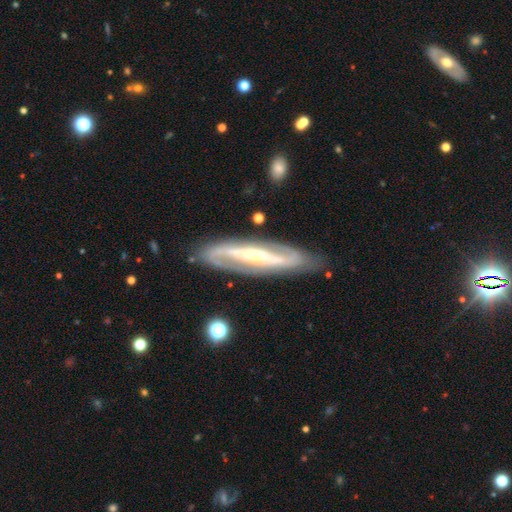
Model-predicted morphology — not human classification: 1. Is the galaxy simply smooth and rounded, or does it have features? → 87% featured or disk, 9% smooth, 5% star or artifact.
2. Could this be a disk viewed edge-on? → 80% no, 20% yes.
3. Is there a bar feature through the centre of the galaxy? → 64% strong, 20% weak, 17% no.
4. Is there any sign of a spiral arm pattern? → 92% yes, 8% no.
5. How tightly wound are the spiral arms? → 42% medium, 31% tight, 26% loose.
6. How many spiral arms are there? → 88% 2, 6% can't tell, 2% 1, 1% 3, 1% 4, 1% more than 4.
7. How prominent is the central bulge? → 59% small, 36% moderate, 2% large, 1% none, 1% dominant.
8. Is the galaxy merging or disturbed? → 83% none, 12% minor disturbance, 4% major disturbance, 2% merger.